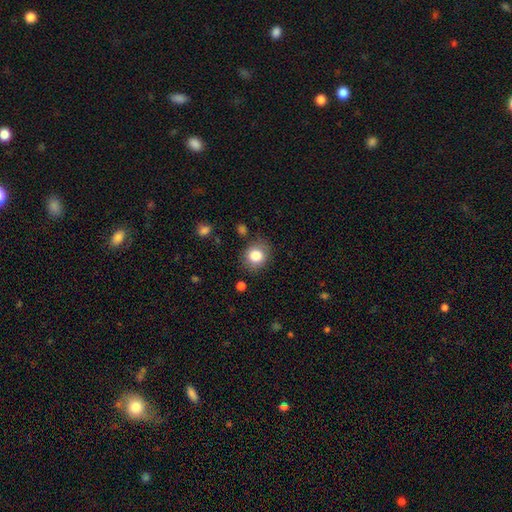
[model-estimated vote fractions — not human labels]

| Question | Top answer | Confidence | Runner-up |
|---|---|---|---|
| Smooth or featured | smooth | 82% | star or artifact (10%) |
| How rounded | round | 74% | in between (25%) |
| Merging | none | 81% | minor disturbance (13%) |